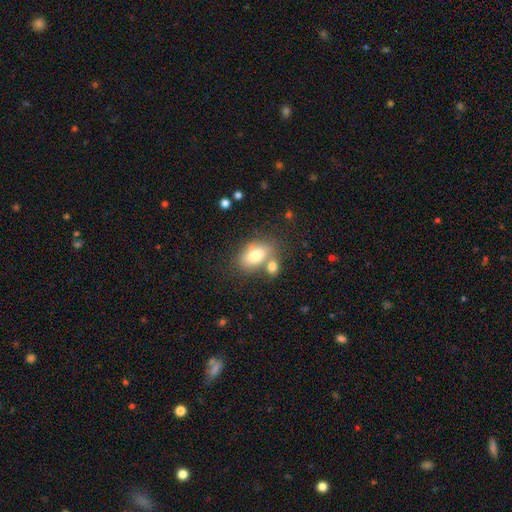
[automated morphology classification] smooth 77%, featured or disk 15%, star or artifact 8%. Down the decision tree: how rounded — in between (88%); merging — none (50%).